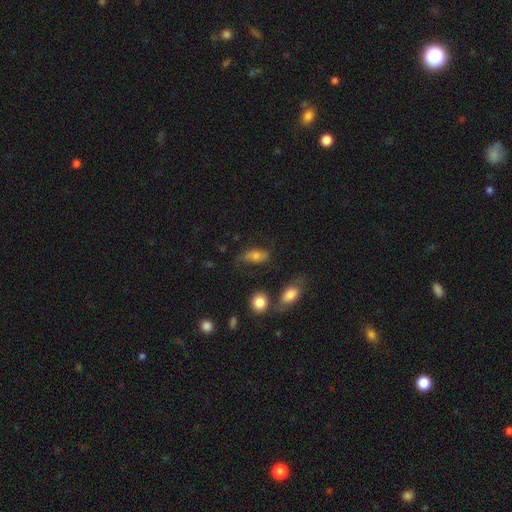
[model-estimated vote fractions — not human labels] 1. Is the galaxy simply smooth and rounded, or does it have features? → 63% smooth, 26% featured or disk, 11% star or artifact.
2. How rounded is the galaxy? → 85% in between, 10% round, 5% cigar-shaped.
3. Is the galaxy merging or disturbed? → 45% none, 28% minor disturbance, 22% major disturbance, 5% merger.